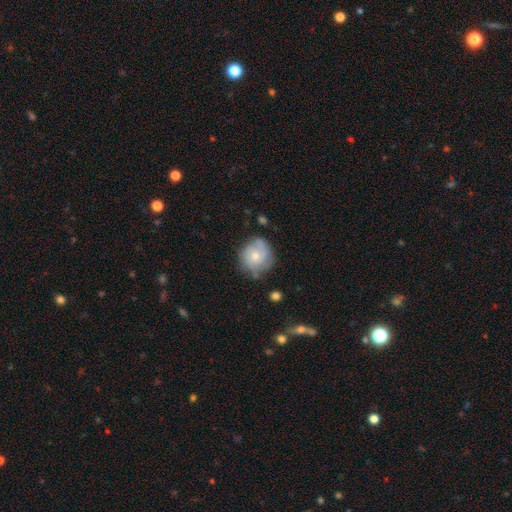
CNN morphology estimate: A smooth galaxy with no disk features (51%) that is round (85%). Merging: none (68%).